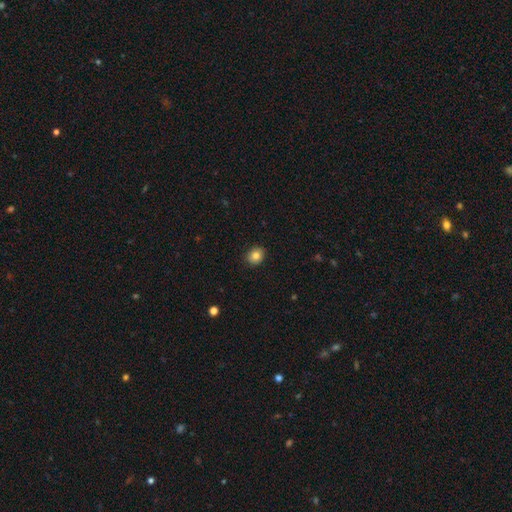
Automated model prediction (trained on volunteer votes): Smooth or featured?
  - smooth: 82% *
  - star or artifact: 10%
  - featured or disk: 8%
How rounded?
  - round: 70% *
  - in between: 29%
  - cigar-shaped: 1%
Merging?
  - none: 89% *
  - minor disturbance: 8%
  - major disturbance: 2%
  - merger: 1%